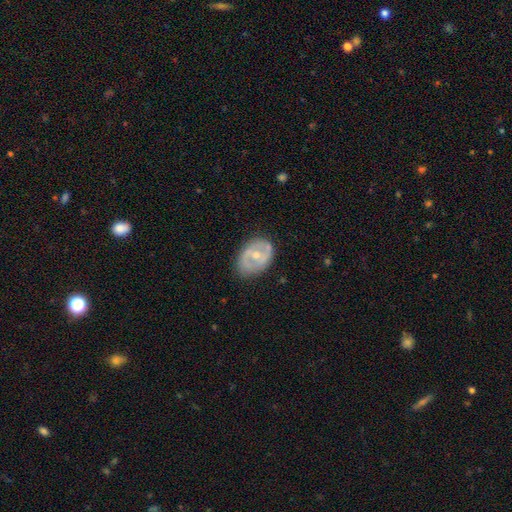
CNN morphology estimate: type=featured or disk (67%); edge-on=no (95%); bar=no (48%); spiral arms=no (52%); bulge=moderate (54%); merging=none (76%).